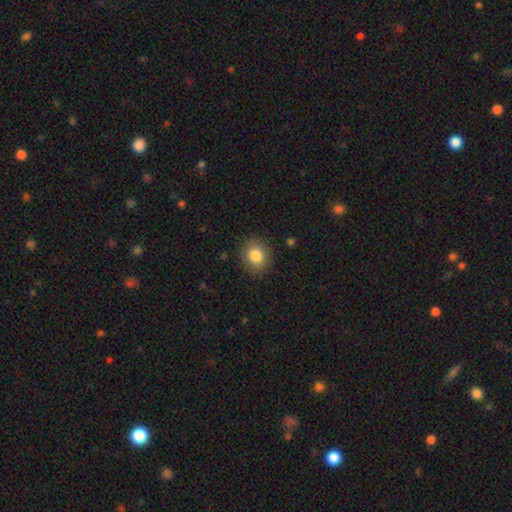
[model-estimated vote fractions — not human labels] The model was most divided on "how rounded": round: 72%, in between: 27%, cigar-shaped: 1%. More confident: merging — none (86%); smooth or featured — smooth (84%).